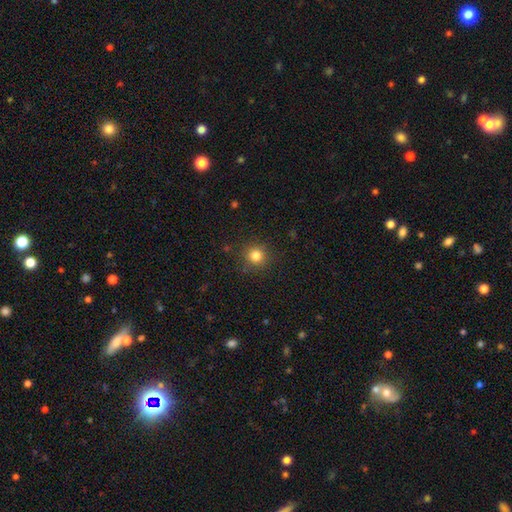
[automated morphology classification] Smooth or featured? smooth (81%)
How rounded? round (93%)
Merging? none (89%)